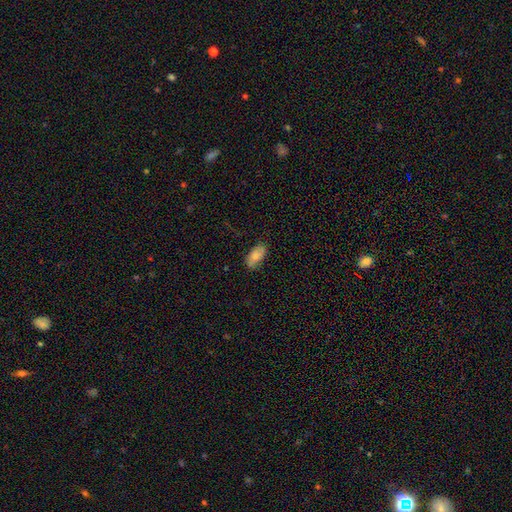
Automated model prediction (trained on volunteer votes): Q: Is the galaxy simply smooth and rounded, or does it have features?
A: smooth — 82%.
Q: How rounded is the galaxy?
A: in between — 92%.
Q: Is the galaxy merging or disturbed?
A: none — 76%.